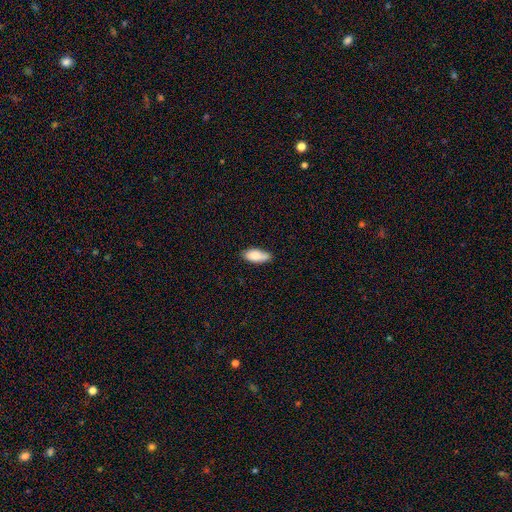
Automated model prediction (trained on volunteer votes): Smooth or featured? smooth (84%)
How rounded? in between (85%)
Merging? none (60%)